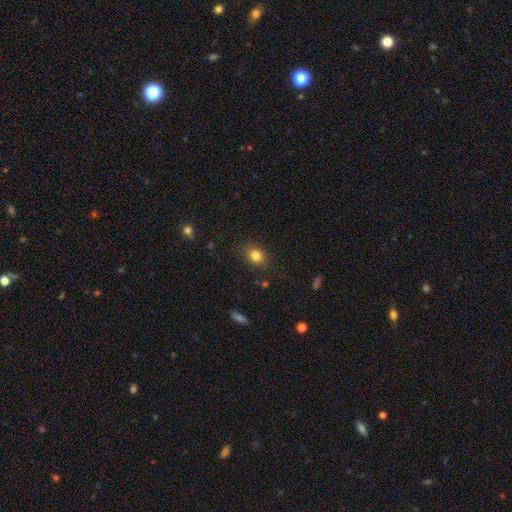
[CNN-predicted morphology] Overall: smooth (82%). How rounded: round (54%; in between 44%). Merging: none (82%).